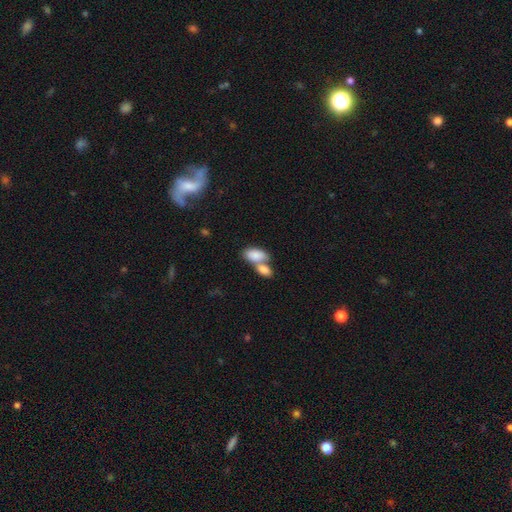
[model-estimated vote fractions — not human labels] Smooth or featured: smooth — 83% (featured or disk — 11%)
How rounded: in between — 93% (round — 4%)
Merging: merger — 64% (none — 25%)